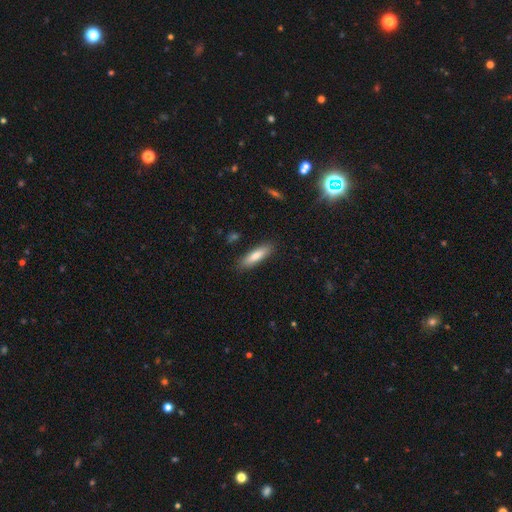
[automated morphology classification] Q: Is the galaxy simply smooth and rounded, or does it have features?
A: smooth — 78%.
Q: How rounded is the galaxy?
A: cigar-shaped — 67%.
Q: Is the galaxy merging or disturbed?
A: none — 87%.